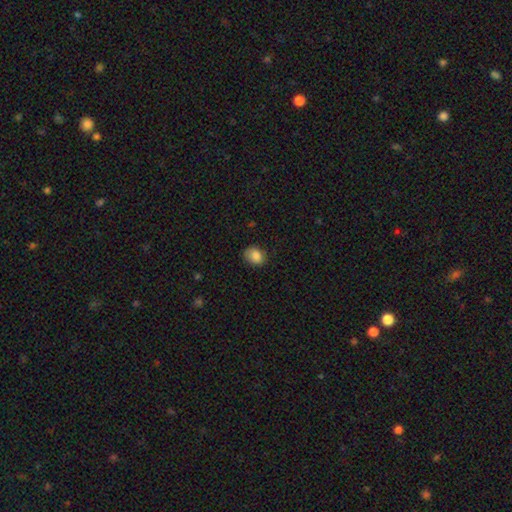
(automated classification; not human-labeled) This appears to be a smooth galaxy with no disk features (85%) that is in between round and cigar-shaped (57%). Merging: none (77%).